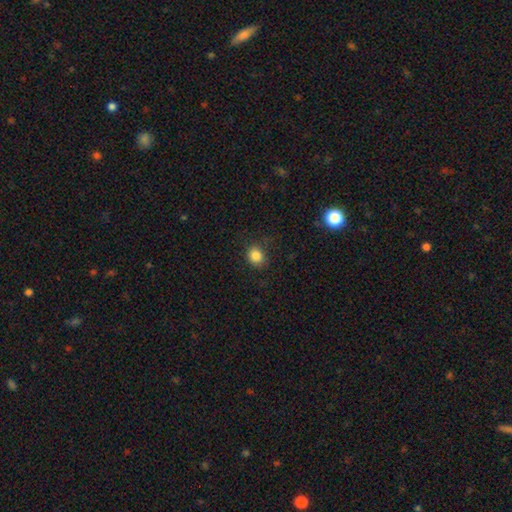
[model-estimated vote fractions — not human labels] Smooth or featured? Predicted: smooth (p=0.84). How rounded? Predicted: round (p=0.65). Merging? Predicted: none (p=0.83).